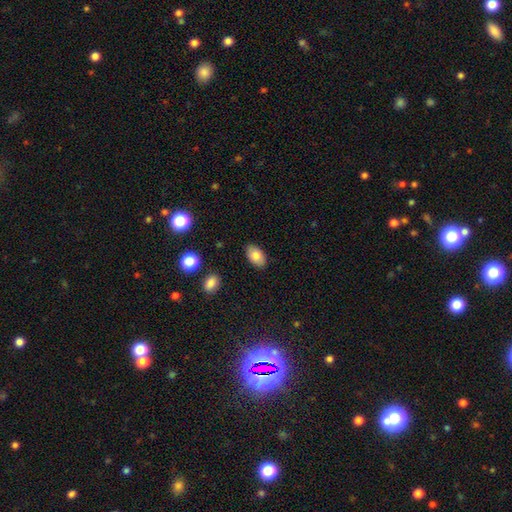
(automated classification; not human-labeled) Smooth or featured? Predicted: smooth (p=0.81). How rounded? Predicted: in between (p=0.92). Merging? Predicted: none (p=0.86).